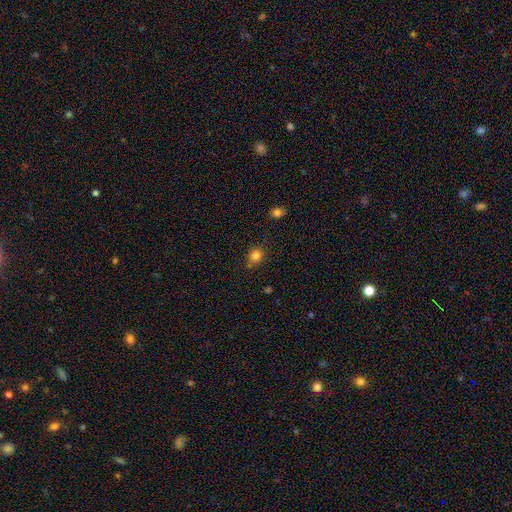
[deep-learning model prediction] This is clearly a smooth galaxy (81%). How rounded: likely round (78%). Merging: likely none (71%).